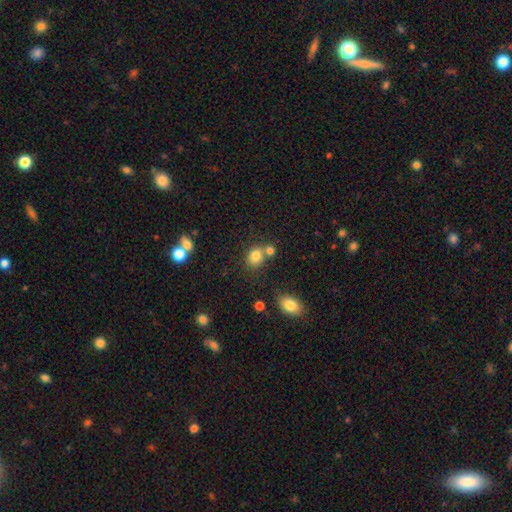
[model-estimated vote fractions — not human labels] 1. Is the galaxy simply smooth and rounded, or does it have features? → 81% smooth, 12% star or artifact, 7% featured or disk.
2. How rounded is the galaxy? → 62% round, 37% in between, 1% cigar-shaped.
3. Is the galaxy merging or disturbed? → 55% none, 29% merger, 11% minor disturbance, 4% major disturbance.